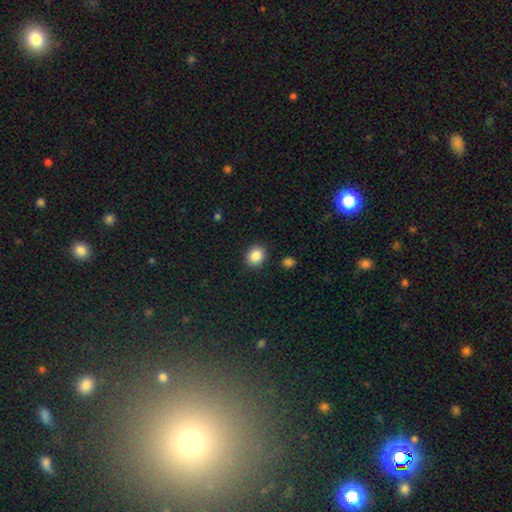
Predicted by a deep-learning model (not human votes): Smooth or featured? Predicted: smooth (p=0.87). How rounded? Predicted: round (p=0.65). Merging? Predicted: none (p=0.88).